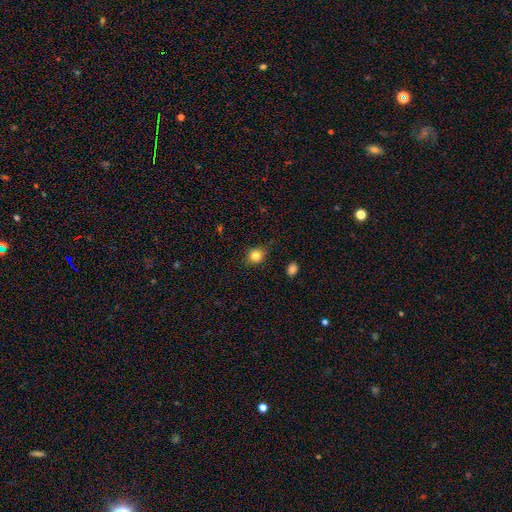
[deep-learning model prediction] This appears to be a smooth galaxy with no disk features (83%) that is round (77%). Merging: none (81%).